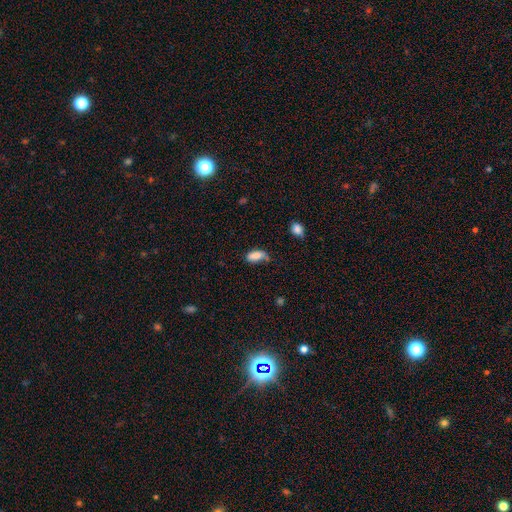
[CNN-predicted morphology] Smooth or featured? smooth (83%)
How rounded? in between (90%)
Merging? none (46%)